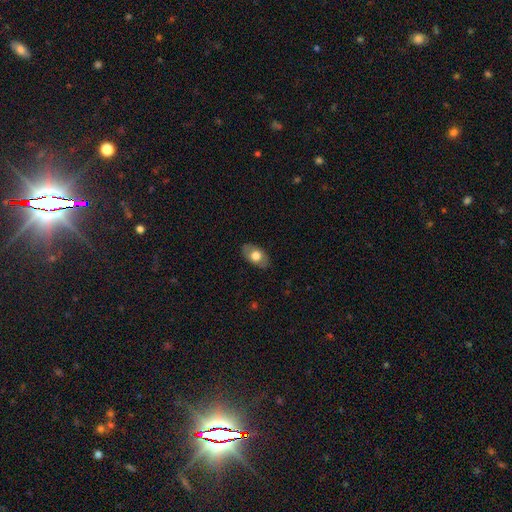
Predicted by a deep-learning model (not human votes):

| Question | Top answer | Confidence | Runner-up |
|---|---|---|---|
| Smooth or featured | smooth | 63% | featured or disk (31%) |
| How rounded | in between | 89% | round (9%) |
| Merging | none | 83% | minor disturbance (13%) |